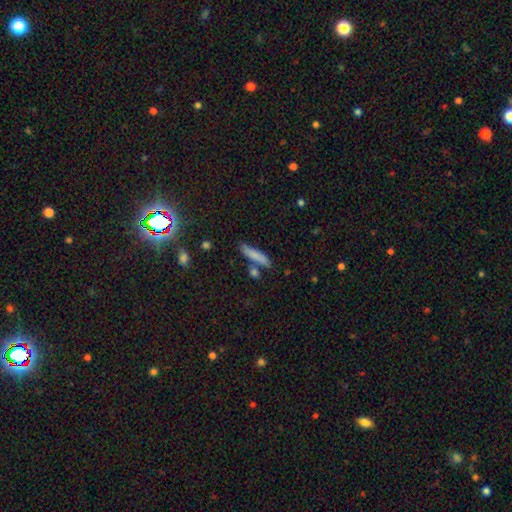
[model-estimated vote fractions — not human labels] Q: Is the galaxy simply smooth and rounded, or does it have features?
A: smooth — 77%.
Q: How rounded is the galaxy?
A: cigar-shaped — 82%.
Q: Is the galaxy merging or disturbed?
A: none — 69%.